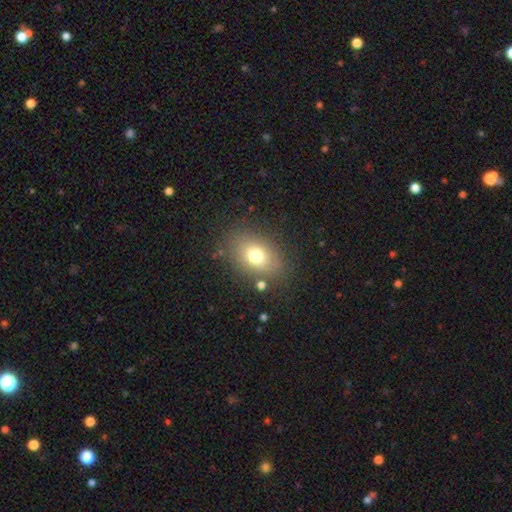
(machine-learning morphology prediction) A smooth galaxy with no disk features (72%) that is in between round and cigar-shaped (72%). Merging: none (80%).